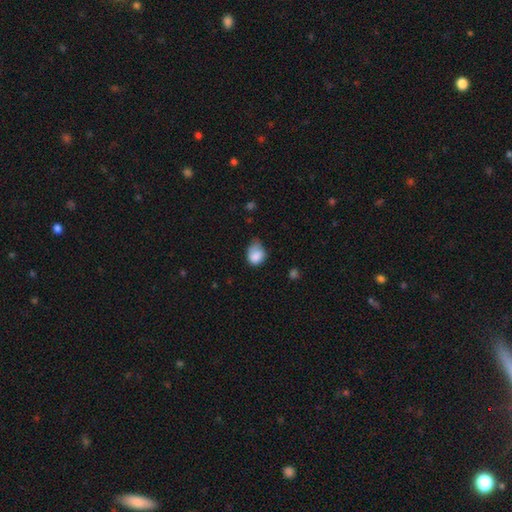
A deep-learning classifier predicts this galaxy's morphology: The model was most divided on "how rounded": in between: 55%, round: 44%, cigar-shaped: 1%. Remaining: smooth or featured — smooth (83%); merging — minor disturbance (48%).